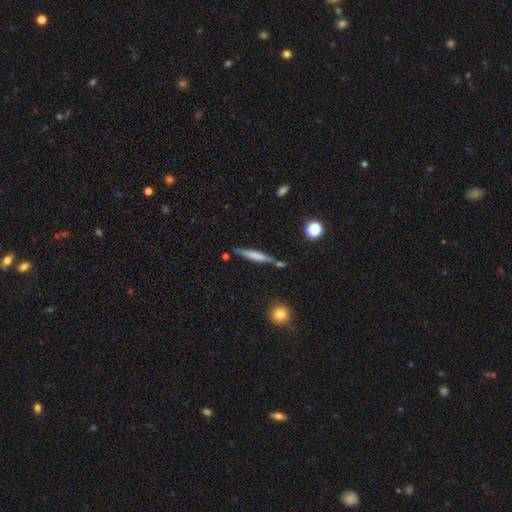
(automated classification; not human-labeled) This appears to be a smooth galaxy with no disk features (60%) that is cigar-shaped (91%). Merging: none (70%).